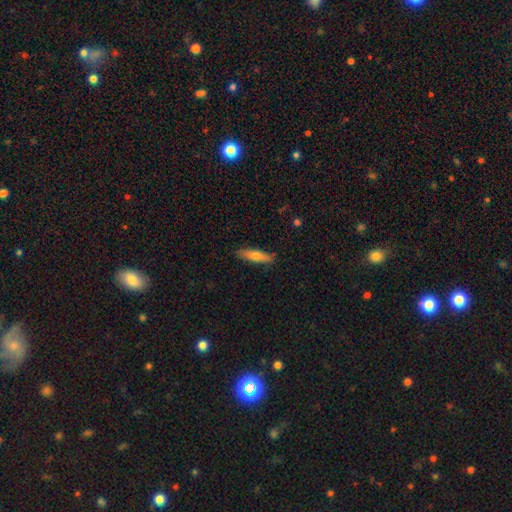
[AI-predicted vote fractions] The model was most divided on "how rounded": cigar-shaped: 67%, in between: 31%, round: 2%. More confident: merging — none (87%); smooth or featured — smooth (66%).